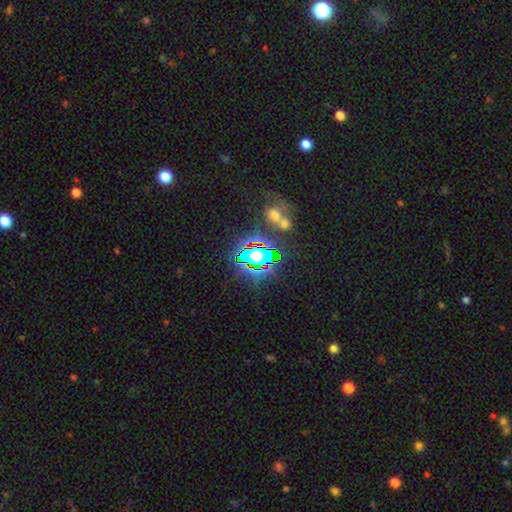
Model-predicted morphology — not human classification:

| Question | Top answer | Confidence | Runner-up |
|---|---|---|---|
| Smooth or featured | star or artifact | 63% | smooth (24%) |